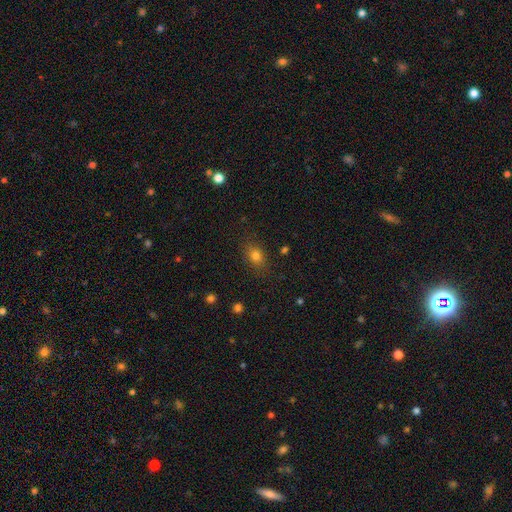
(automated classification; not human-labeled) Morphology: type=smooth (78%); roundness=in between (65%); merging=none (82%).